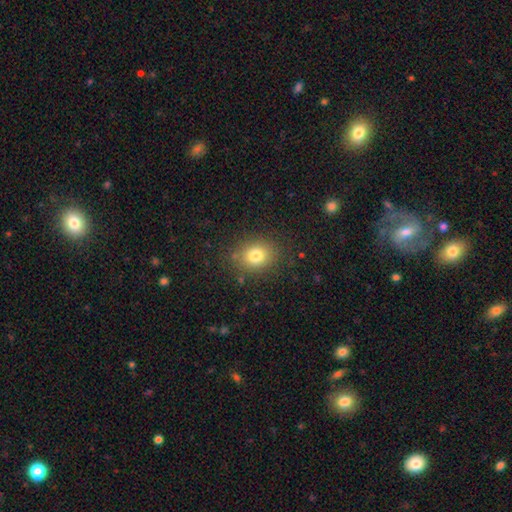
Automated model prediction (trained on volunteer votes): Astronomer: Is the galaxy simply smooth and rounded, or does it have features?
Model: smooth — 78%.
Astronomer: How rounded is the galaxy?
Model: round — 57% (runner-up: in between, 42%).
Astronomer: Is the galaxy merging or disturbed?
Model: none — 83%.